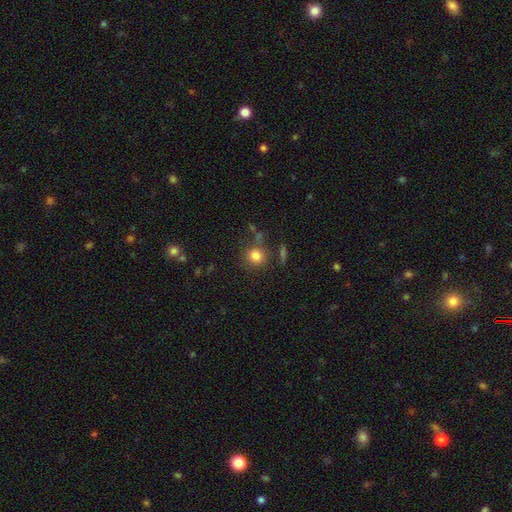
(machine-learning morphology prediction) Smooth or featured? smooth (81%)
How rounded? round (87%)
Merging? none (77%)